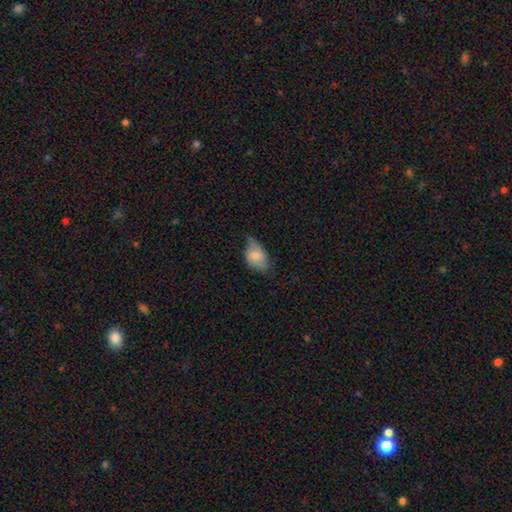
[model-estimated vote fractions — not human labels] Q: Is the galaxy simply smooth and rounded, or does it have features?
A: smooth — 69%.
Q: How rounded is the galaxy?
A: in between — 86%.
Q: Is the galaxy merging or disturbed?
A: none — 43%, tied with minor disturbance.